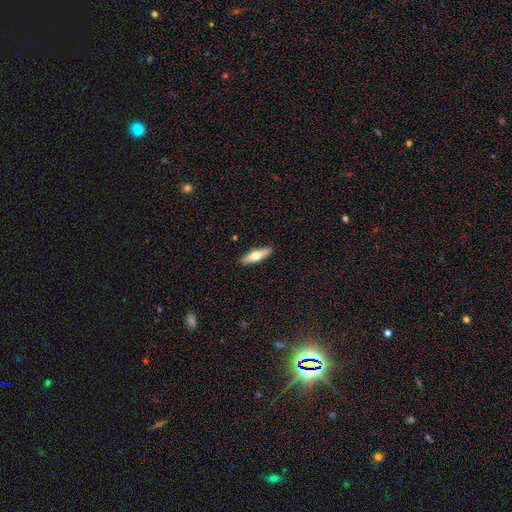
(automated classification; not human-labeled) smooth-or-featured: smooth: 55% | featured or disk: 39% | star or artifact: 6%
  how-rounded: cigar-shaped: 64% | in between: 34% | round: 2%
  merging: none: 90% | minor disturbance: 8% | major disturbance: 2% | merger: 1%